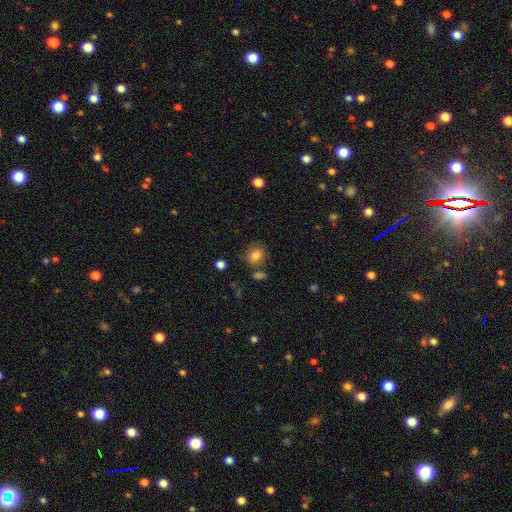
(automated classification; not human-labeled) Morphology: type=smooth (83%); roundness=round (68%); merging=none (74%).